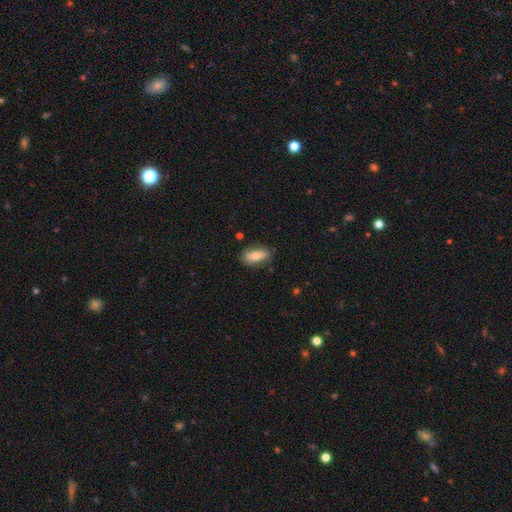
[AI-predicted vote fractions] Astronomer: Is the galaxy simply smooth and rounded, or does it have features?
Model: smooth — 71%.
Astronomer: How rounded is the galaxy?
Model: in between — 81%.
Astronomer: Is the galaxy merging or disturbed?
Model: none — 81%.